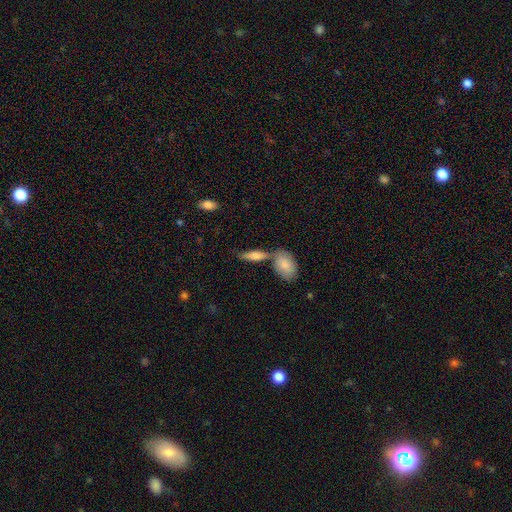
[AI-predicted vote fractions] Morphology: type=smooth (63%); roundness=in between (55%); merging=none (55%).